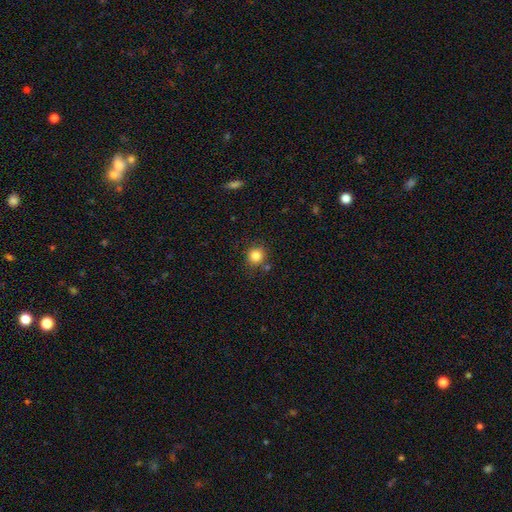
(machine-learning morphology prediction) Q: Smooth or featured?
A: smooth (84%); runner-up: star or artifact (11%)
Q: How rounded?
A: round (90%); runner-up: in between (9%)
Q: Merging?
A: none (82%); runner-up: minor disturbance (10%)